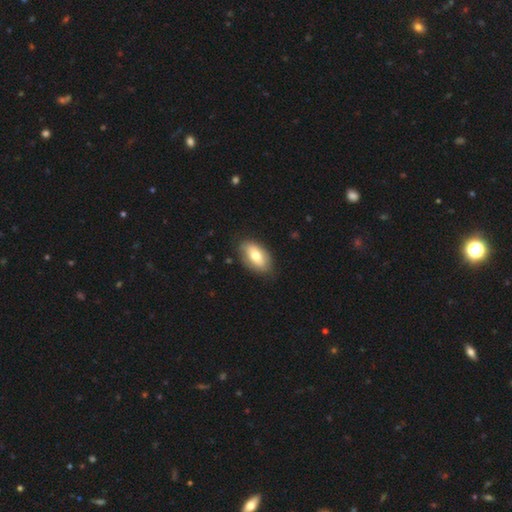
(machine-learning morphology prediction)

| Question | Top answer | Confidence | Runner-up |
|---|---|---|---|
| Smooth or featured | smooth | 69% | featured or disk (25%) |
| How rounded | in between | 90% | round (7%) |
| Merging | none | 78% | minor disturbance (18%) |